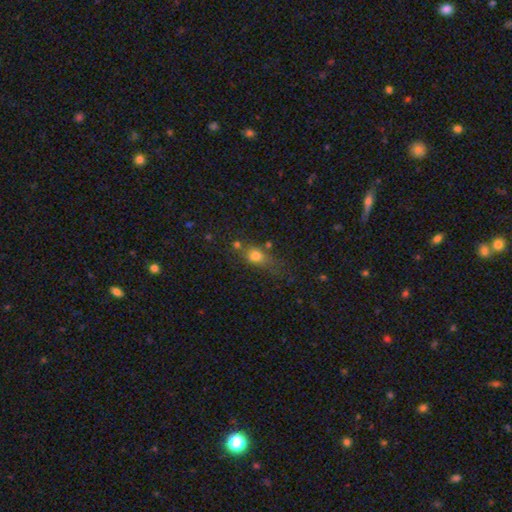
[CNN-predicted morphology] Smooth or featured: smooth — 71% (star or artifact — 15%)
How rounded: in between — 54% (round — 37%)
Merging: none — 45% (minor disturbance — 24%)